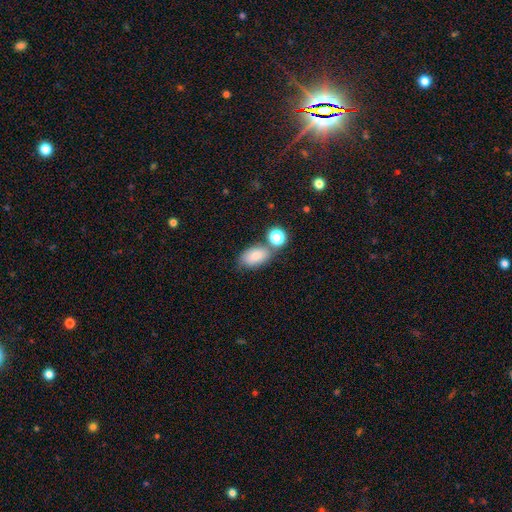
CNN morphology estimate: smooth 81%, star or artifact 10%, featured or disk 9%. Down the decision tree: how rounded — in between (89%); merging — none (58%).